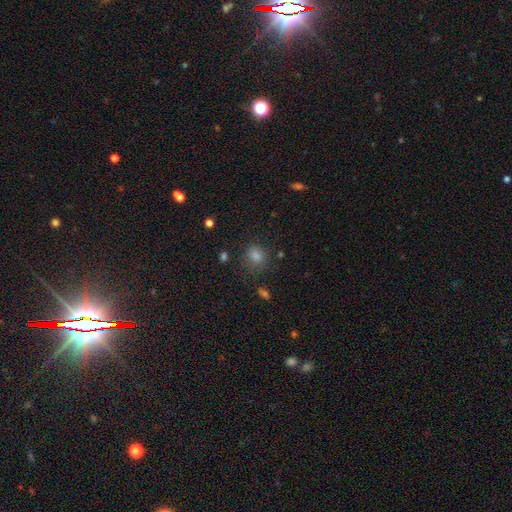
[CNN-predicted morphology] The model was most divided on "how rounded": round: 70%, in between: 29%, cigar-shaped: 1%. More confident: merging — none (79%); smooth or featured — smooth (72%).